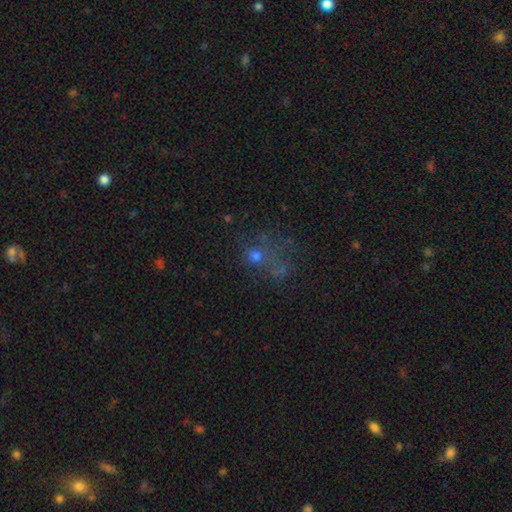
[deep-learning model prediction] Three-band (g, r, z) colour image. It shows a smooth galaxy with no disk features (48%). Merging: none (43%).